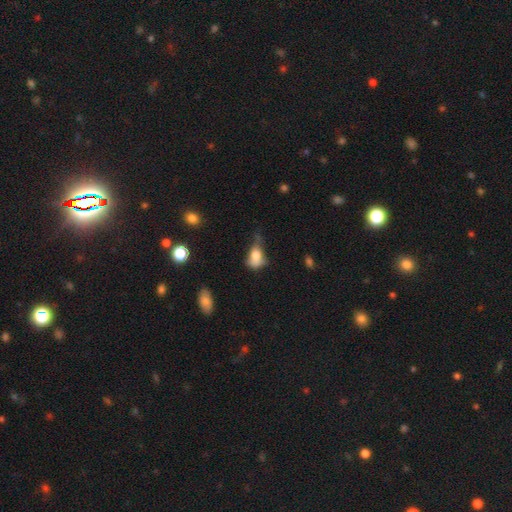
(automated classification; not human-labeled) A smooth galaxy with no disk features (67%) that is in between round and cigar-shaped (76%).

Vote fractions:
- Smooth or featured? smooth: 67% / featured or disk: 23% / star or artifact: 11%
- How rounded? in between: 76% / round: 20% / cigar-shaped: 4%
- Merging? major disturbance: 37% / minor disturbance: 31% / none: 21% / merger: 10%